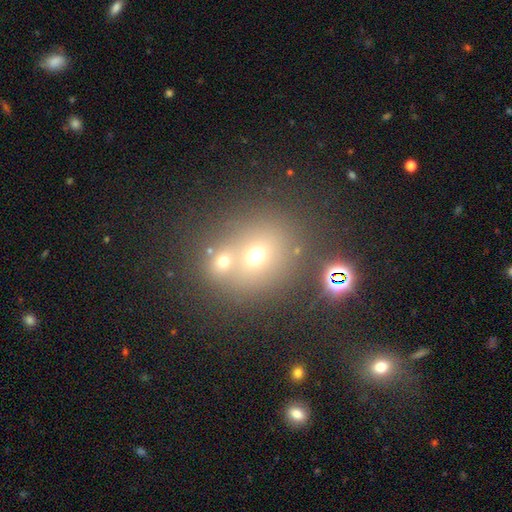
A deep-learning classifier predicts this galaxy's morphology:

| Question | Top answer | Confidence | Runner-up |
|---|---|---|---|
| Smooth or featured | smooth | 63% | star or artifact (23%) |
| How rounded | round | 73% | in between (26%) |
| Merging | none | 47% | merger (41%) |